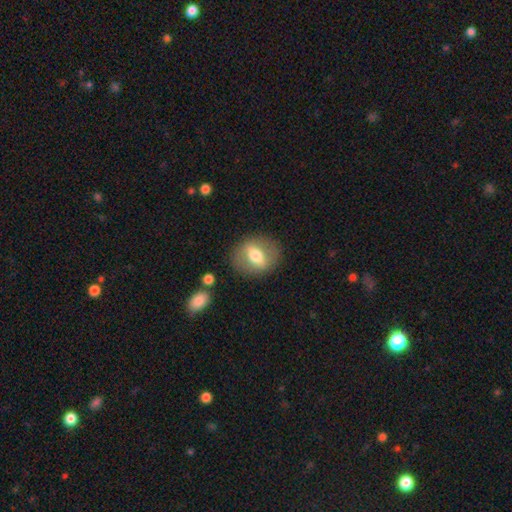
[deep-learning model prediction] This appears to be a featured or disk galaxy (47%). Merging: none (84%).